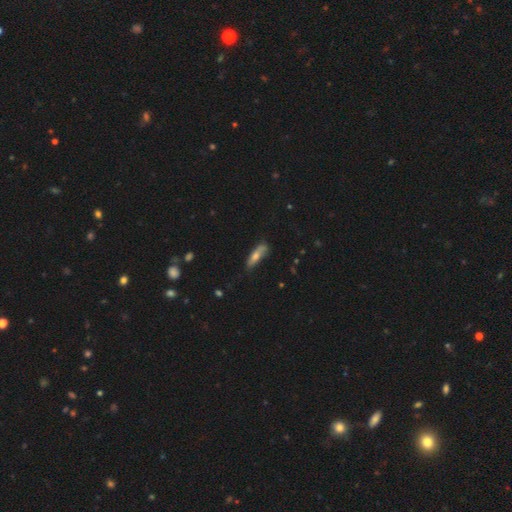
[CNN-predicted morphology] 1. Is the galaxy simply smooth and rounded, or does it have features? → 61% smooth, 30% featured or disk, 8% star or artifact.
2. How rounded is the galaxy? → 64% cigar-shaped, 34% in between, 2% round.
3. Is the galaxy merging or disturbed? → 66% none, 26% minor disturbance, 6% major disturbance, 3% merger.